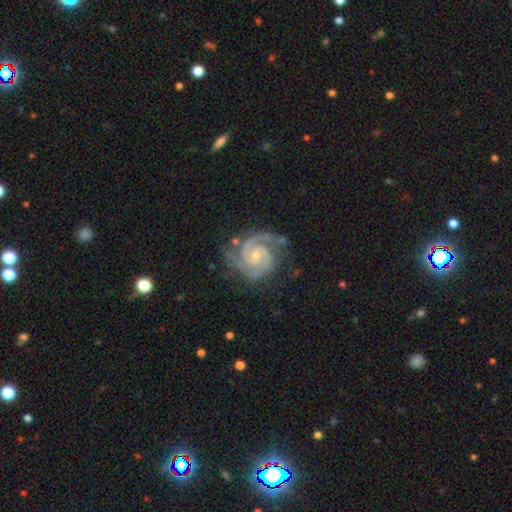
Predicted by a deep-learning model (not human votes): Smooth or featured: featured or disk — 93% (star or artifact — 4%)
Edge-on disk: no — 98% (yes — 2%)
Bar: no — 58% (weak — 33%)
Spiral arms: yes — 99% (no — 1%)
Spiral winding: tight — 66% (medium — 31%)
Spiral arm count: 2 — 81% (3 — 12%)
Bulge size: small — 60% (moderate — 35%)
Merging: none — 70% (minor disturbance — 20%)